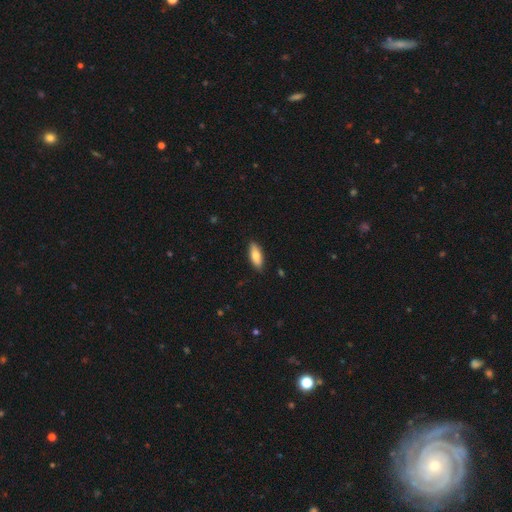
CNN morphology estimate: A smooth galaxy with no disk features (78%) that is in between round and cigar-shaped (74%).

Vote fractions:
- Smooth or featured? smooth: 78% / featured or disk: 15% / star or artifact: 6%
- How rounded? in between: 74% / cigar-shaped: 24% / round: 2%
- Merging? none: 88% / minor disturbance: 9% / major disturbance: 2% / merger: 1%